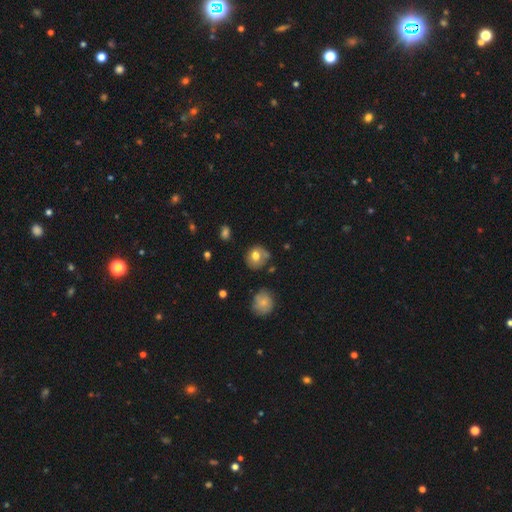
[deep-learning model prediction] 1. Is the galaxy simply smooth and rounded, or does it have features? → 70% smooth, 20% featured or disk, 10% star or artifact.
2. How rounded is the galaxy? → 77% round, 22% in between, 1% cigar-shaped.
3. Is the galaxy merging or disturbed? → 61% none, 24% minor disturbance, 9% major disturbance, 6% merger.